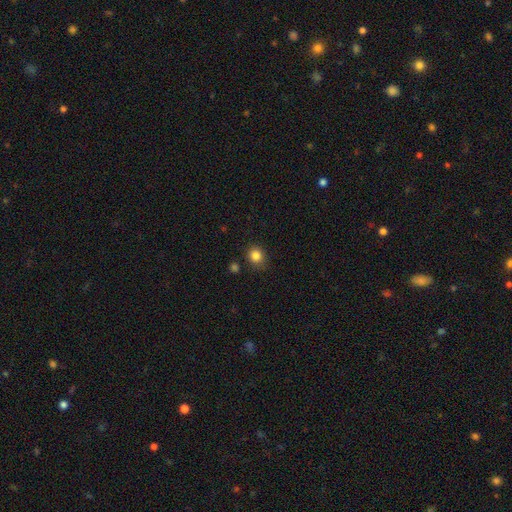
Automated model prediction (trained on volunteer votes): Smooth or featured? smooth (85%)
How rounded? round (79%)
Merging? none (83%)